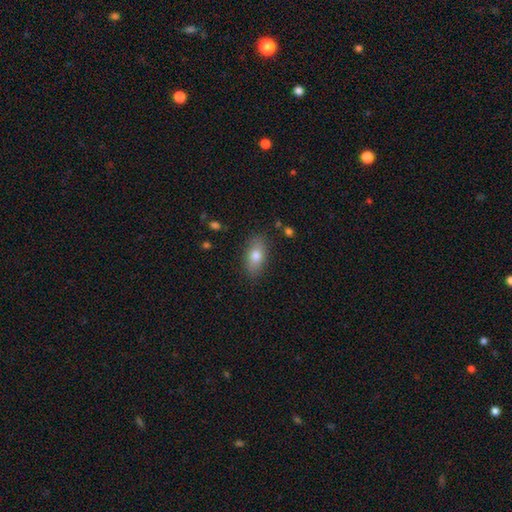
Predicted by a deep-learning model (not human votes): A smooth galaxy with no disk features (76%) that is in between round and cigar-shaped (87%).

Vote fractions:
- Smooth or featured? smooth: 76% / featured or disk: 16% / star or artifact: 8%
- How rounded? in between: 87% / cigar-shaped: 7% / round: 6%
- Merging? none: 84% / minor disturbance: 11% / major disturbance: 3% / merger: 1%